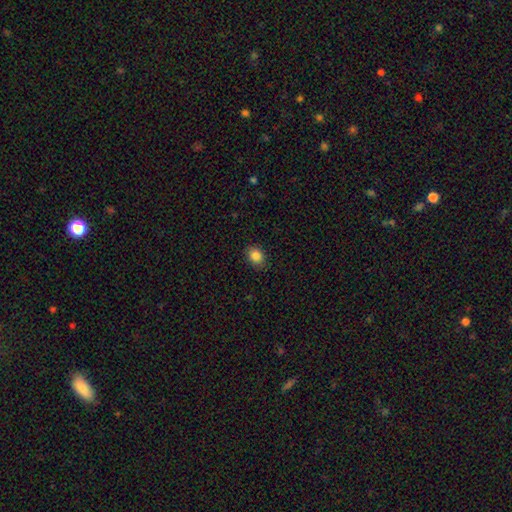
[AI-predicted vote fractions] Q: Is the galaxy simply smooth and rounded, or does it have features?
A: smooth — 86%.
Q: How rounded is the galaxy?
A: in between — 60%.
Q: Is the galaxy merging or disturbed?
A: none — 87%.